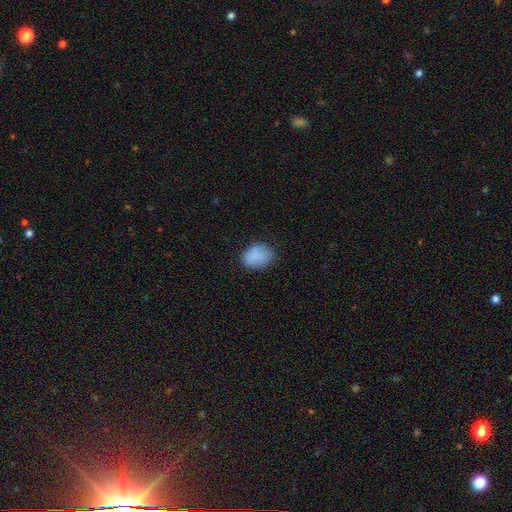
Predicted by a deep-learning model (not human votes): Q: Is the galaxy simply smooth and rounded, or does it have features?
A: smooth — 85%.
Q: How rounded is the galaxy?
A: in between — 66%.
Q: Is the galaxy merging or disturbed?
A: none — 74%.